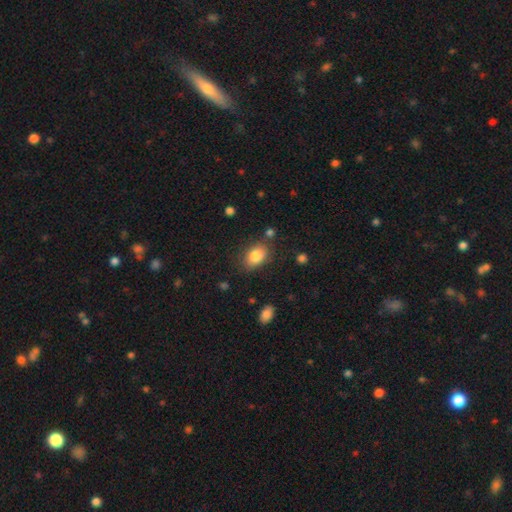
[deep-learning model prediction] This appears to be a smooth galaxy with no disk features (84%) that is in between round and cigar-shaped (83%). Merging: none (77%).